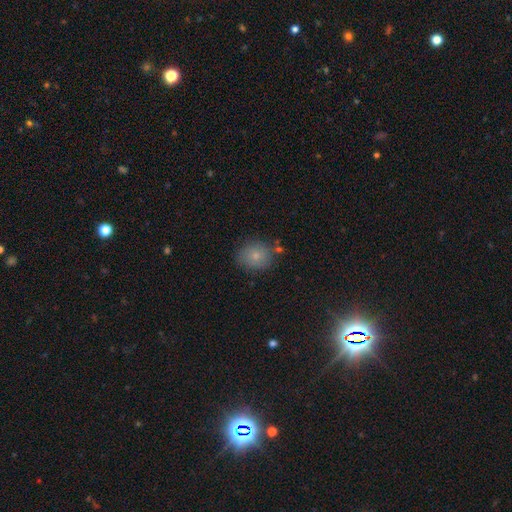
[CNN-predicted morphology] smooth_or_featured: smooth (p=0.79) [alt: star or artifact p=0.11]
how_rounded: round (p=0.64) [alt: in between p=0.35]
merging: none (p=0.77) [alt: minor disturbance p=0.14]